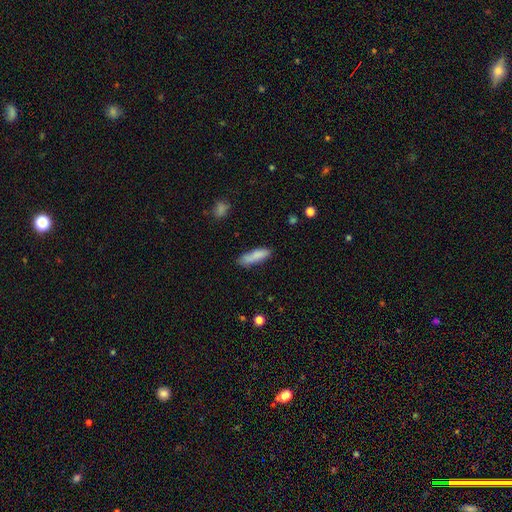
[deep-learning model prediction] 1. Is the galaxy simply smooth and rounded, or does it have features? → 83% smooth, 10% featured or disk, 7% star or artifact.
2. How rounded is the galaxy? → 62% cigar-shaped, 36% in between, 2% round.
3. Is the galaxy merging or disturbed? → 69% none, 22% minor disturbance, 5% major disturbance, 4% merger.